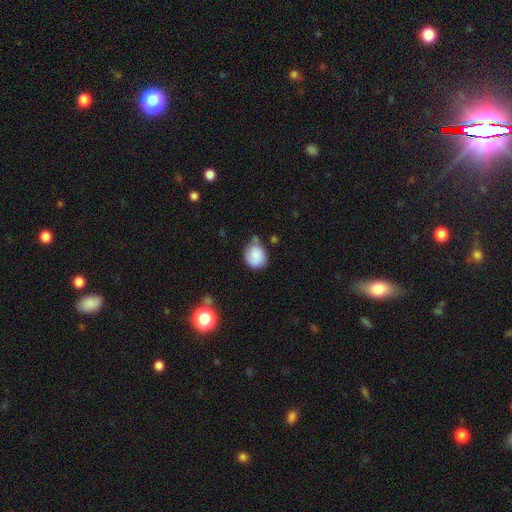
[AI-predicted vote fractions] Q: Smooth or featured?
A: smooth (81%); runner-up: featured or disk (11%)
Q: How rounded?
A: round (73%); runner-up: in between (26%)
Q: Merging?
A: none (56%); runner-up: minor disturbance (28%)